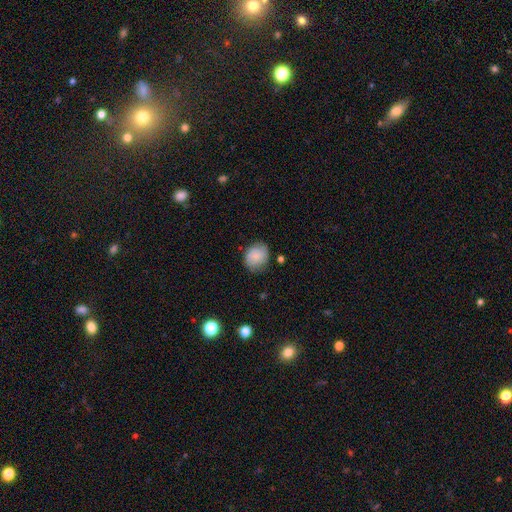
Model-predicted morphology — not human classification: Smooth or featured: smooth — 78% (featured or disk — 14%)
How rounded: round — 65% (in between — 34%)
Merging: none — 75% (minor disturbance — 19%)